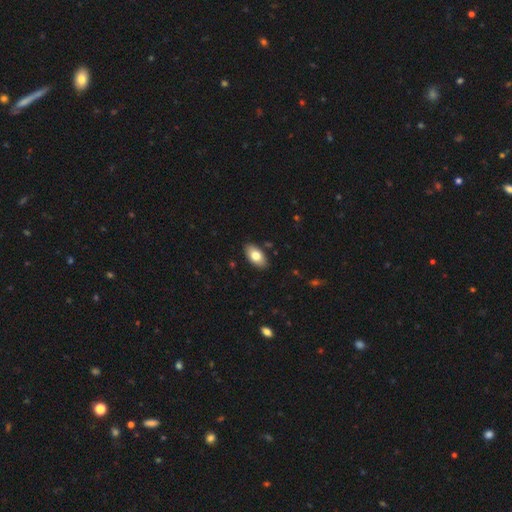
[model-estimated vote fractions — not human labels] This appears to be a smooth galaxy with no disk features (77%) that is in between round and cigar-shaped (94%). Merging: none (88%).